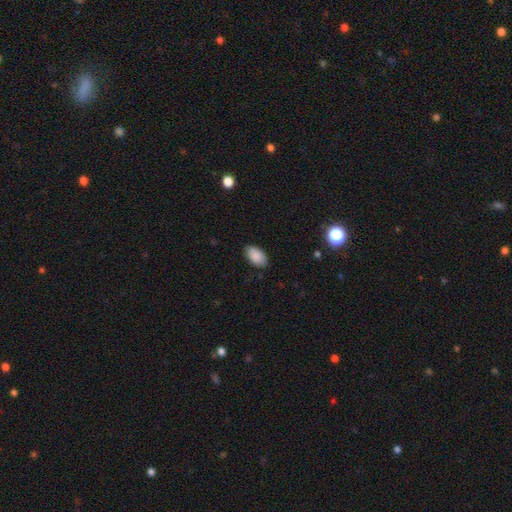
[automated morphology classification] Overall: smooth (89%). How rounded: in between (94%). Merging: none (85%).